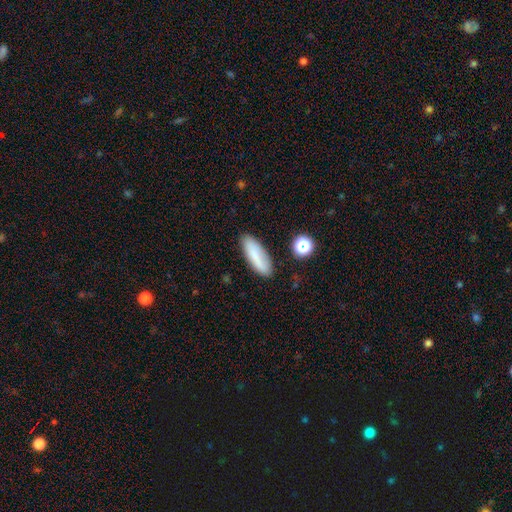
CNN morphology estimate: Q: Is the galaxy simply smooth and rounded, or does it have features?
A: smooth — 77%.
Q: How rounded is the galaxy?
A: in between — 51%.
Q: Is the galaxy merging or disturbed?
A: none — 79%.